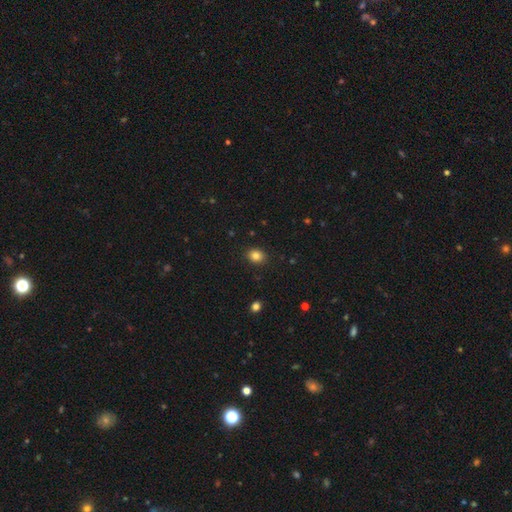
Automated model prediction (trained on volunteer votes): A smooth galaxy with no disk features (85%) that is round (55%).

Vote fractions:
- Smooth or featured? smooth: 85% / star or artifact: 11% / featured or disk: 5%
- How rounded? round: 55% / in between: 44% / cigar-shaped: 1%
- Merging? none: 88% / minor disturbance: 8% / major disturbance: 2% / merger: 1%